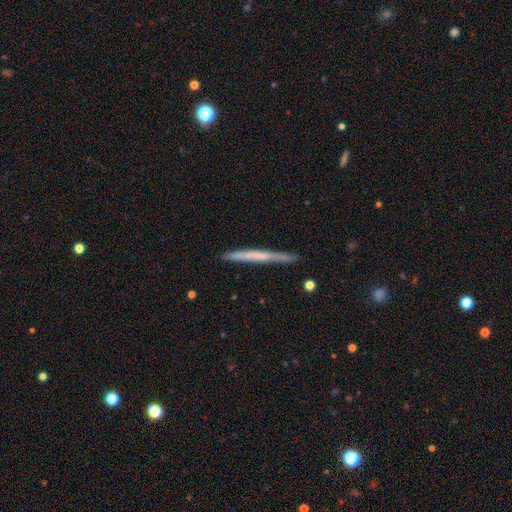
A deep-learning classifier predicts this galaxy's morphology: Smooth or featured?
  - smooth: 49% *
  - featured or disk: 45%
  - star or artifact: 6%
Merging?
  - none: 88% *
  - minor disturbance: 9%
  - major disturbance: 2%
  - merger: 1%